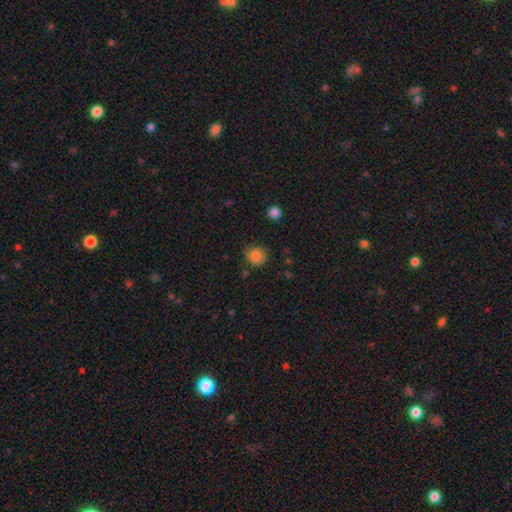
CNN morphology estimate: This appears to be a smooth galaxy with no disk features (83%) that is round (89%). Merging: none (83%).